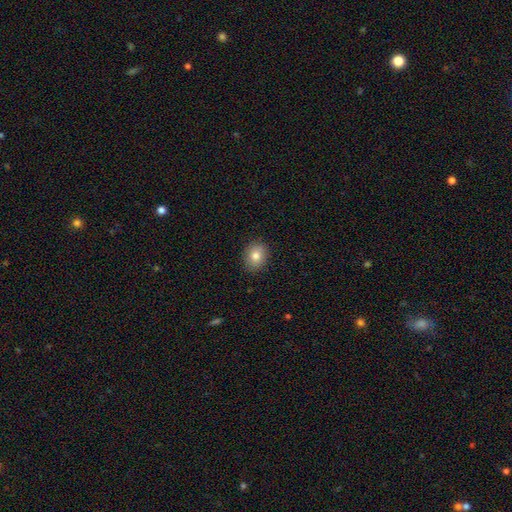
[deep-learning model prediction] This is clearly a smooth galaxy (80%). How rounded: possibly round (55%). Merging: clearly none (88%).